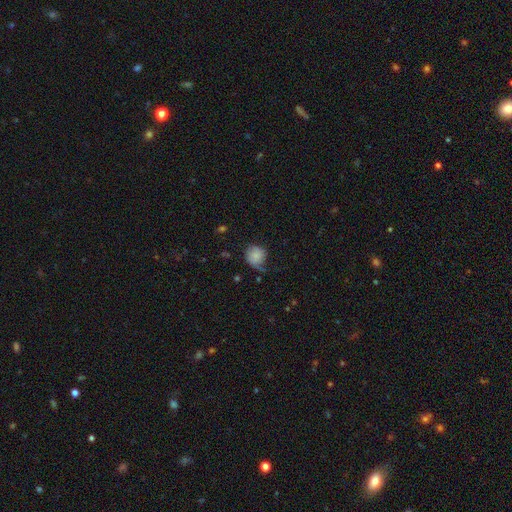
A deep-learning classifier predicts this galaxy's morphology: smooth 78%, featured or disk 14%, star or artifact 8%. Down the decision tree: how rounded — round (84%); merging — none (47%).